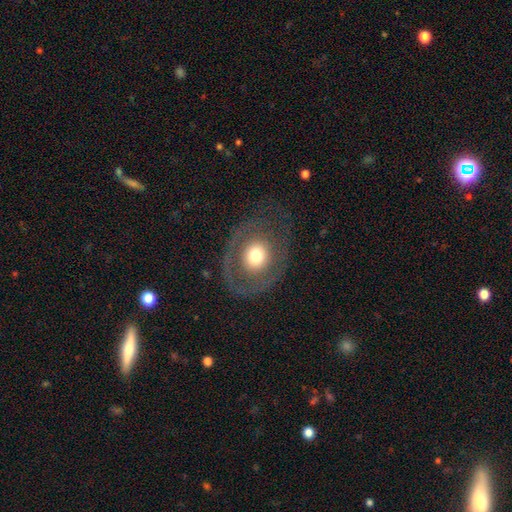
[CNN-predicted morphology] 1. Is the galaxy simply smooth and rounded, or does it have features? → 47% smooth, 45% featured or disk, 8% star or artifact.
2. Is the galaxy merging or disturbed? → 70% none, 15% major disturbance, 14% minor disturbance, 1% merger.